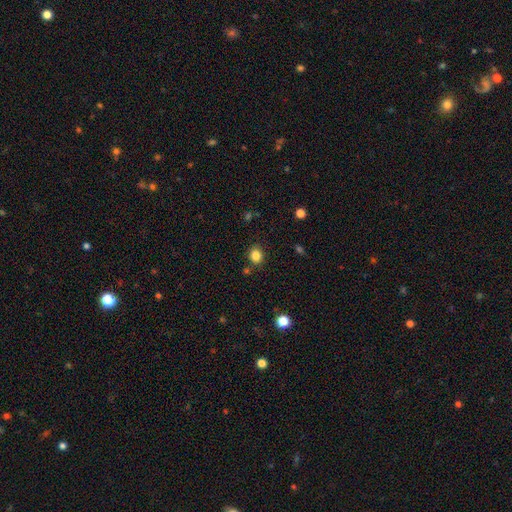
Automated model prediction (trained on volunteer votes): Smooth or featured?
  - smooth: 84% *
  - star or artifact: 12%
  - featured or disk: 5%
How rounded?
  - round: 72% *
  - in between: 27%
  - cigar-shaped: 1%
Merging?
  - none: 83% *
  - minor disturbance: 10%
  - merger: 4%
  - major disturbance: 3%